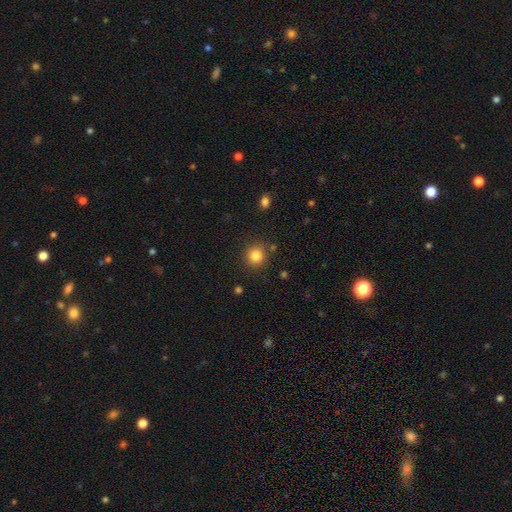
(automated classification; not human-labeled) Smooth or featured? smooth (83%)
How rounded? round (92%)
Merging? none (86%)